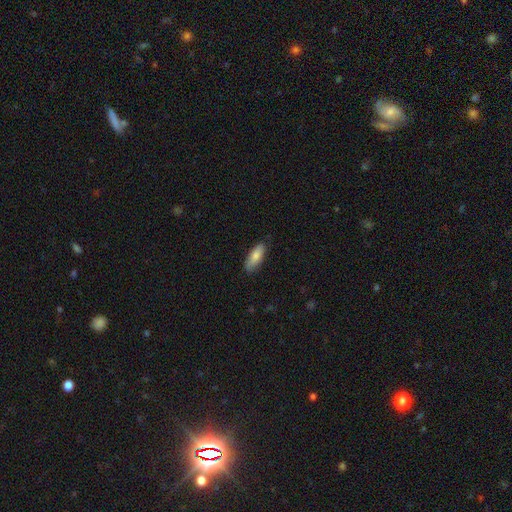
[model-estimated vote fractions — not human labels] smooth_or_featured: smooth (p=0.80) [alt: featured or disk p=0.14]
how_rounded: in between (p=0.68) [alt: cigar-shaped p=0.30]
merging: none (p=0.77) [alt: minor disturbance p=0.19]